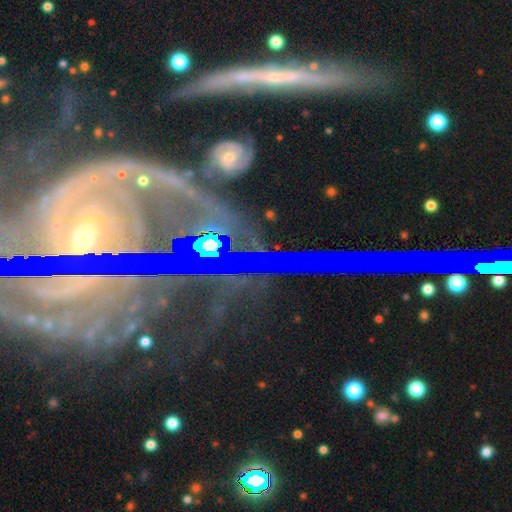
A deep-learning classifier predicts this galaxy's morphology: Q: Smooth or featured?
A: featured or disk (51%); runner-up: star or artifact (38%)
Q: Edge-on disk?
A: no (64%); runner-up: yes (36%)
Q: Merging?
A: none (72%); runner-up: minor disturbance (13%)